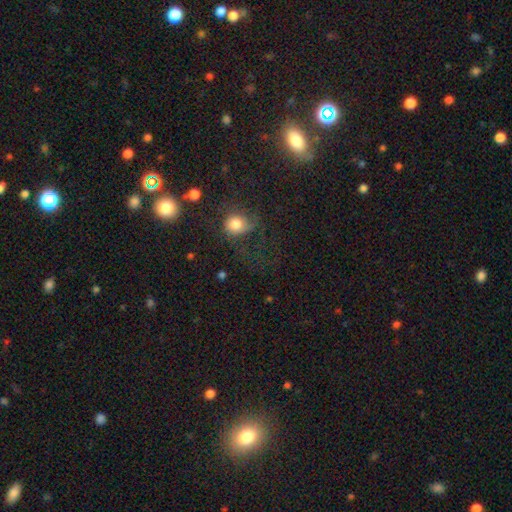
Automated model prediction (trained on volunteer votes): Smooth or featured: smooth — 51% (star or artifact — 34%)
How rounded: round — 71% (in between — 26%)
Merging: none — 58% (major disturbance — 19%)